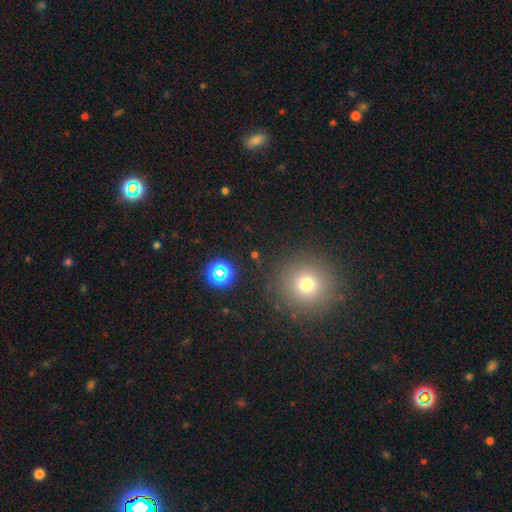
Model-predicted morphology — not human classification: Smooth or featured?
  - star or artifact: 48% *
  - smooth: 43%
  - featured or disk: 9%